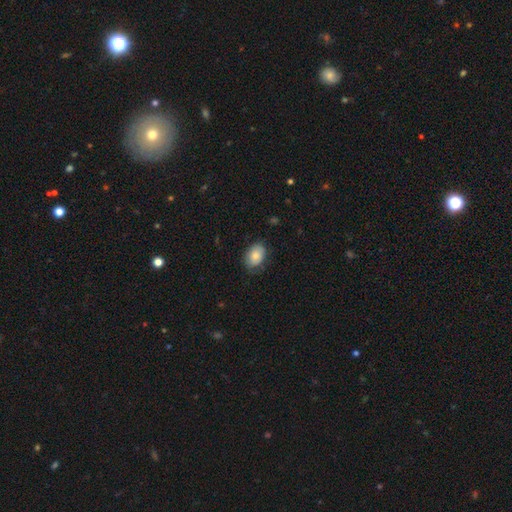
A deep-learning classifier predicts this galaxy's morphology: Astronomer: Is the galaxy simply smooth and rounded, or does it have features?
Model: smooth — 80%.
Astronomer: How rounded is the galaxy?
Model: in between — 81%.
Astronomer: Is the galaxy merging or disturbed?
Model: none — 72%.